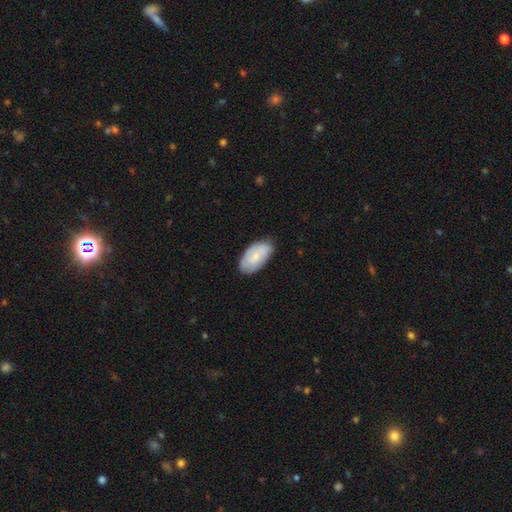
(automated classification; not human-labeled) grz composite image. It shows a smooth galaxy with no disk features (59%) that is in between round and cigar-shaped (94%). Merging: none (76%).